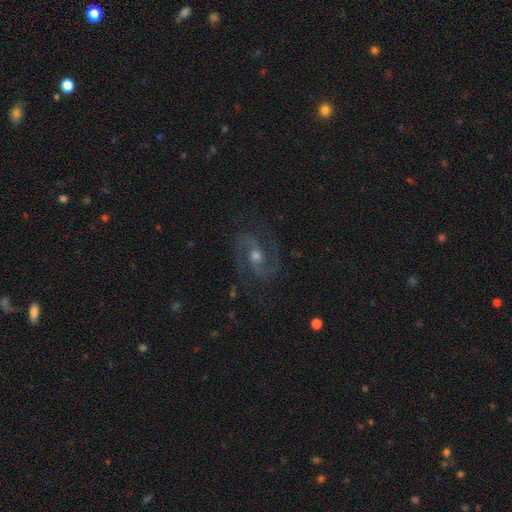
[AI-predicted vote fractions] Smooth or featured?
  - featured or disk: 85% *
  - star or artifact: 9%
  - smooth: 5%
Edge-on disk?
  - no: 97% *
  - yes: 3%
Bar?
  - weak: 46% *
  - no: 34%
  - strong: 20%
Spiral arms?
  - yes: 97% *
  - no: 3%
Spiral winding?
  - medium: 61% *
  - tight: 23%
  - loose: 17%
Spiral arm count?
  - 2: 90% *
  - can't tell: 3%
  - 3: 3%
  - 1: 1%
  - 4: 1%
  - more than 4: 1%
Bulge size?
  - moderate: 61% *
  - small: 28%
  - large: 8%
  - none: 2%
  - dominant: 1%
Merging?
  - none: 82% *
  - minor disturbance: 11%
  - major disturbance: 6%
  - merger: 1%